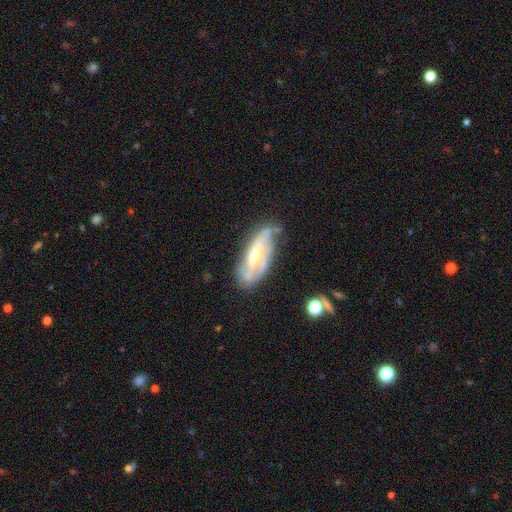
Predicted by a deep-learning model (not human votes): Smooth or featured? Predicted: featured or disk (p=0.73). Edge-on disk? Predicted: no (p=0.81). Bar? Predicted: no (p=0.42). Spiral arms? Predicted: yes (p=0.80). Bulge size? Predicted: moderate (p=0.52). Merging? Predicted: none (p=0.58).